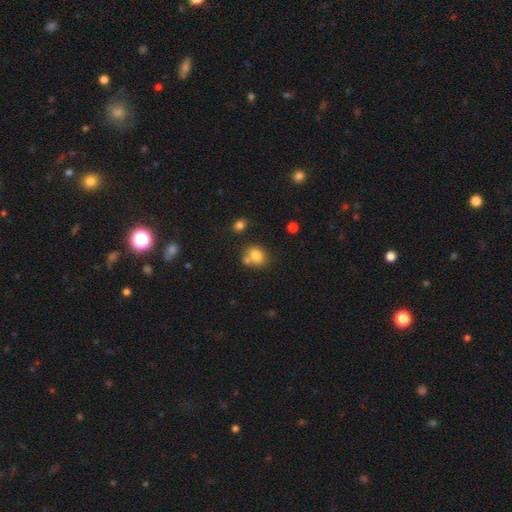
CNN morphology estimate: smooth-or-featured: smooth: 79% | star or artifact: 11% | featured or disk: 11%
  how-rounded: round: 56% | in between: 43% | cigar-shaped: 1%
  merging: none: 53% | merger: 29% | minor disturbance: 13% | major disturbance: 4%